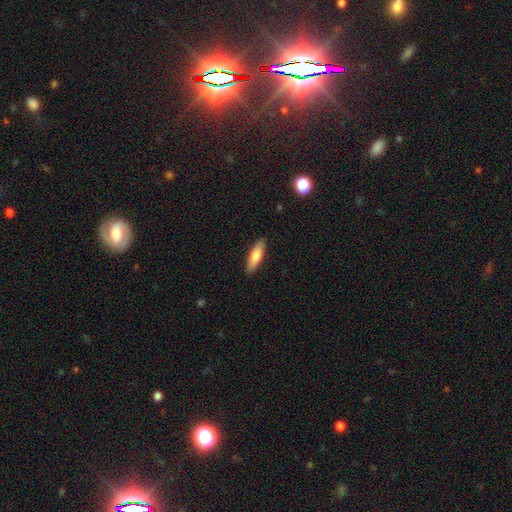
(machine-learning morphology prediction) A smooth galaxy with no disk features (75%) that is cigar-shaped (56%).

Vote fractions:
- Smooth or featured? smooth: 75% / featured or disk: 19% / star or artifact: 6%
- How rounded? cigar-shaped: 56% / in between: 42% / round: 2%
- Merging? none: 89% / minor disturbance: 8% / major disturbance: 2% / merger: 1%